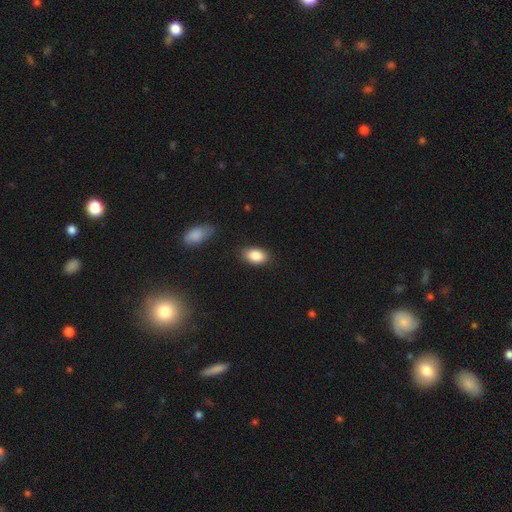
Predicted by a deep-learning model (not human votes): Morphology: type=smooth (87%); roundness=in between (89%); merging=none (83%).